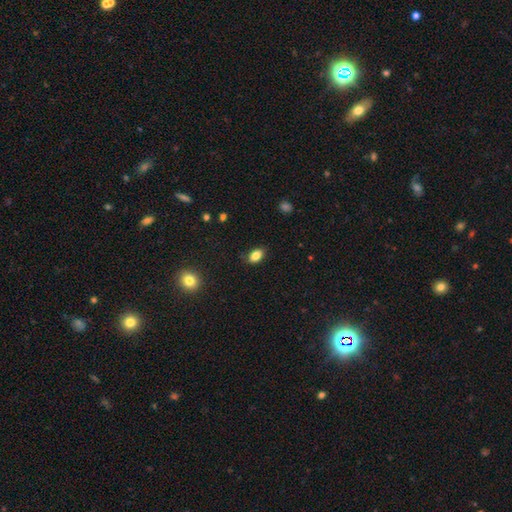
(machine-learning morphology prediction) Q: Smooth or featured?
A: smooth (84%); runner-up: star or artifact (9%)
Q: How rounded?
A: in between (87%); runner-up: round (11%)
Q: Merging?
A: none (83%); runner-up: minor disturbance (13%)